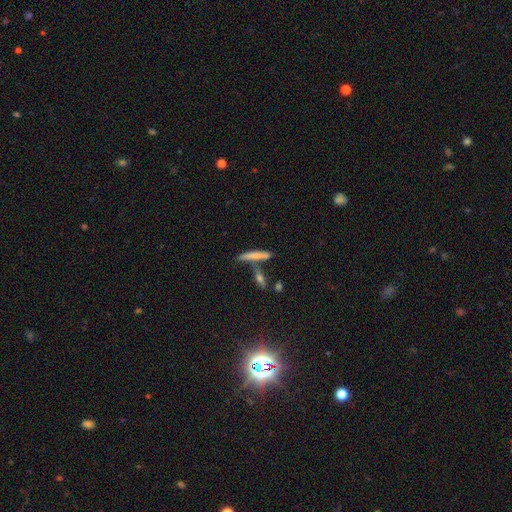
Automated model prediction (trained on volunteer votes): smooth 61%, featured or disk 30%, star or artifact 9%. Down the decision tree: how rounded — cigar-shaped (88%); merging — none (52%).